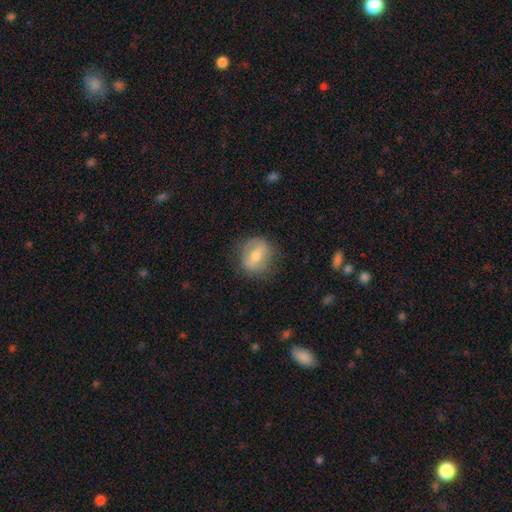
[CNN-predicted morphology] Overall: smooth (53%; featured or disk 39%). How rounded: round (62%; in between 36%). Merging: none (78%).